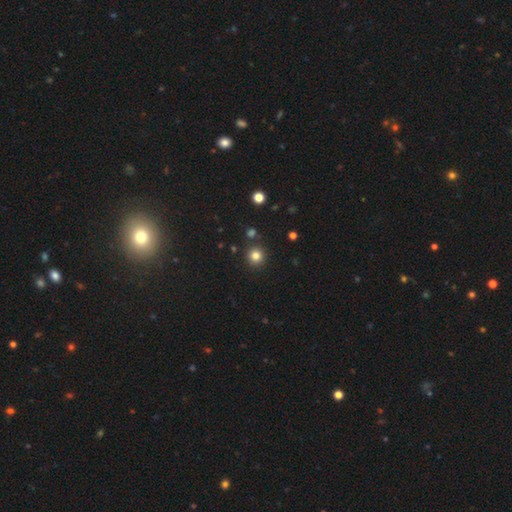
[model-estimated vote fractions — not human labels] This appears to be a smooth galaxy with no disk features (81%) that is round (94%). Merging: none (87%).